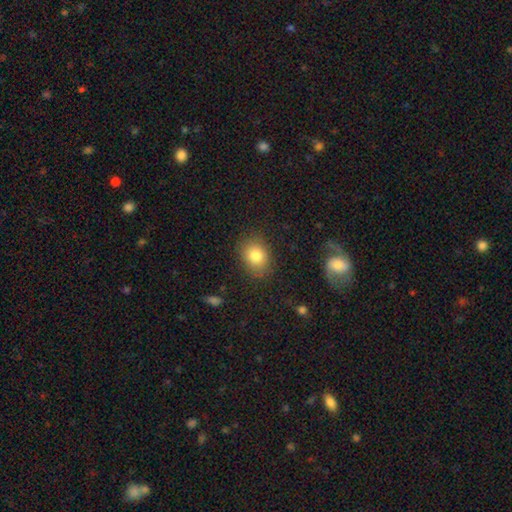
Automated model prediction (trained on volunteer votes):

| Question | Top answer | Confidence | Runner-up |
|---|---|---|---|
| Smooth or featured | smooth | 81% | star or artifact (10%) |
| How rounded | in between | 54% | round (44%) |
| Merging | none | 82% | minor disturbance (13%) |